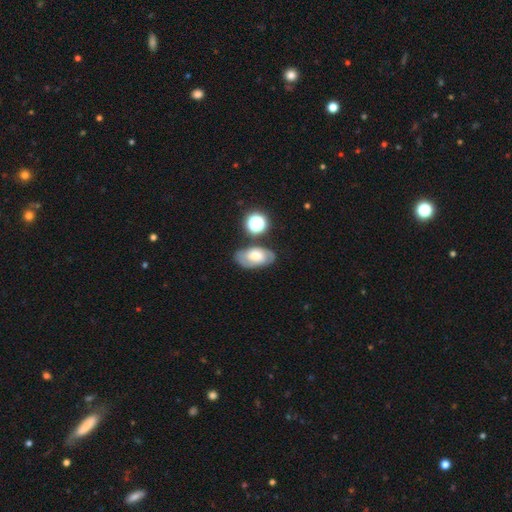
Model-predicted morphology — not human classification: smooth-or-featured: featured or disk: 55% | smooth: 35% | star or artifact: 10%
  disk-edge-on: no: 93% | yes: 7%
    bar: no: 66% | weak: 27% | strong: 7%
    has-spiral-arms: yes: 75% | no: 25%
    bulge-size: large: 40% | moderate: 30% | small: 15% | none: 8% | dominant: 7%
  merging: none: 69% | minor disturbance: 17% | merger: 8% | major disturbance: 6%